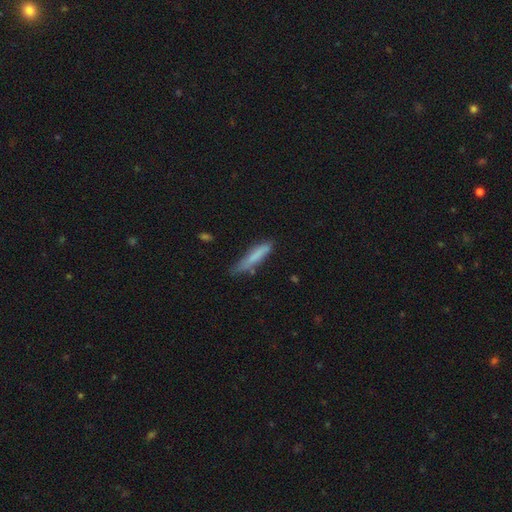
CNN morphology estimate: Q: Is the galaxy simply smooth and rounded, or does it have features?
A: smooth — 74%.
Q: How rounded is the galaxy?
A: cigar-shaped — 89%.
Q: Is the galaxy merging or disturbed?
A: none — 65%.